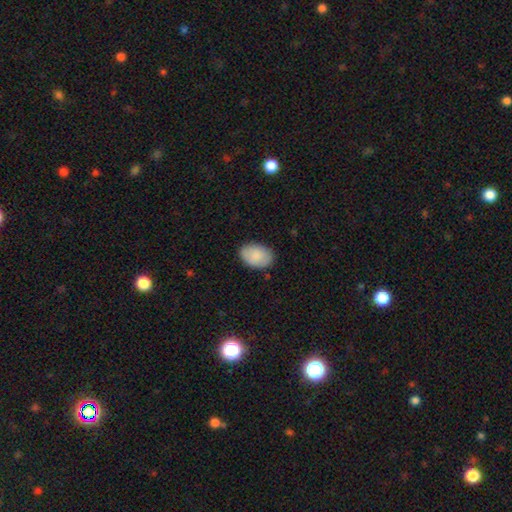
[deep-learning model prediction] Overall: smooth (86%). How rounded: in between (86%). Merging: none (83%).